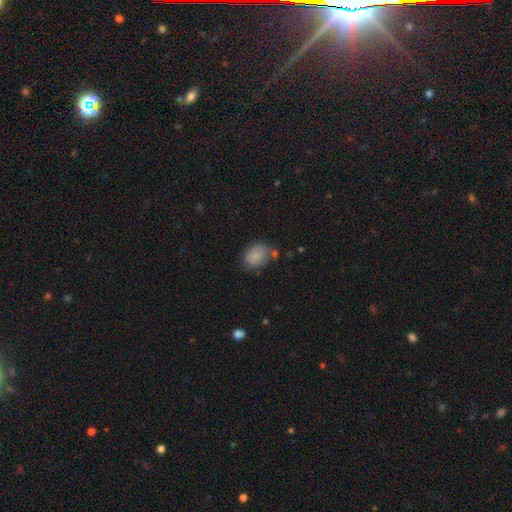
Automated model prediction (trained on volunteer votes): Overall: smooth (83%). How rounded: in between (61%; round 38%). Merging: none (59%; minor disturbance 24%).